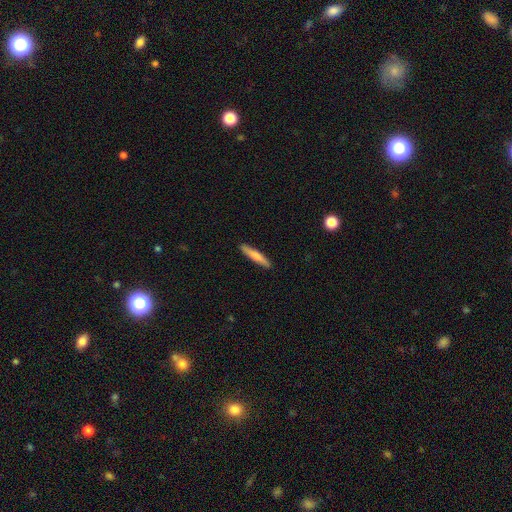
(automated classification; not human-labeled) Morphology: type=smooth (75%); roundness=cigar-shaped (91%); merging=none (90%).